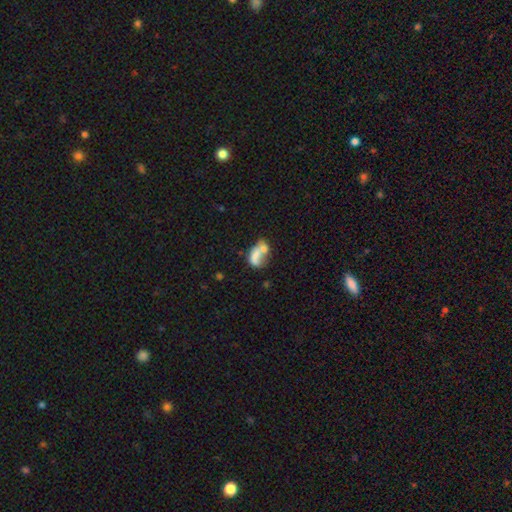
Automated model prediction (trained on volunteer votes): A smooth galaxy with no disk features (58%) that is in between round and cigar-shaped (83%). Merging: merger (58%).